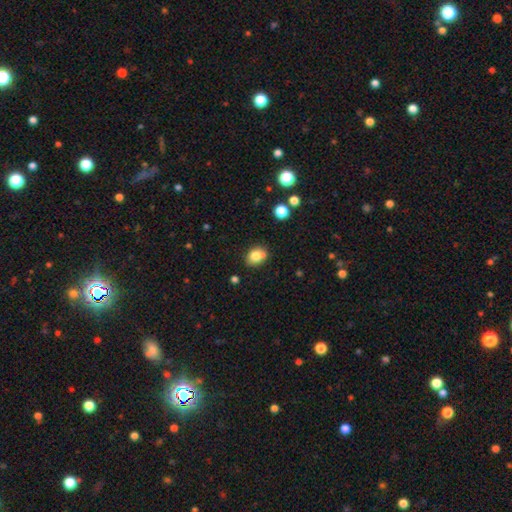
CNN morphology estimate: Smooth or featured? Predicted: smooth (p=0.79). How rounded? Predicted: in between (p=0.59). Merging? Predicted: none (p=0.64).